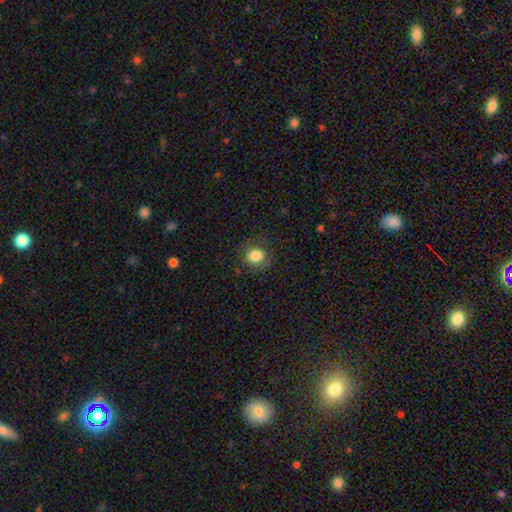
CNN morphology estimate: Smooth or featured?
  - smooth: 84% *
  - star or artifact: 10%
  - featured or disk: 6%
How rounded?
  - round: 79% *
  - in between: 20%
  - cigar-shaped: 1%
Merging?
  - none: 82% *
  - minor disturbance: 13%
  - major disturbance: 5%
  - merger: 1%